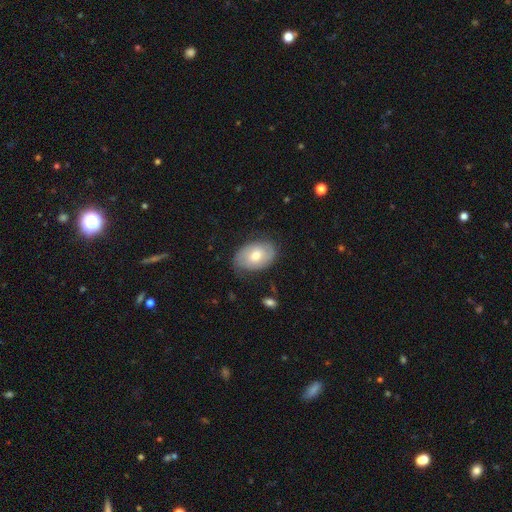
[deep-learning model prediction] smooth_or_featured: smooth (p=0.51) [alt: featured or disk p=0.42]
how_rounded: in between (p=0.84) [alt: round p=0.15]
merging: none (p=0.75) [alt: minor disturbance p=0.19]